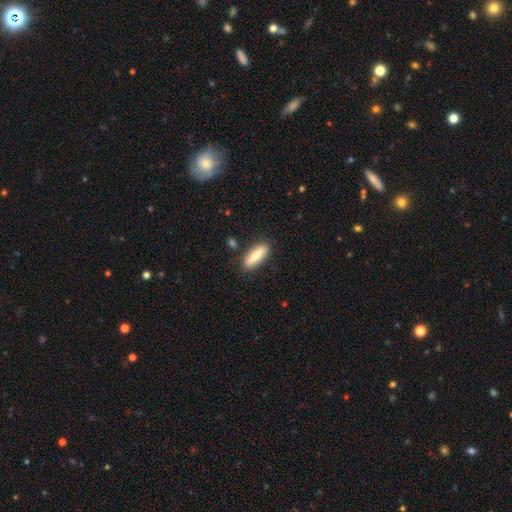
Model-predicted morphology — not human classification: A smooth galaxy with no disk features (75%) that is cigar-shaped (56%).

Vote fractions:
- Smooth or featured? smooth: 75% / featured or disk: 18% / star or artifact: 6%
- How rounded? cigar-shaped: 56% / in between: 42% / round: 2%
- Merging? none: 85% / minor disturbance: 10% / major disturbance: 3% / merger: 2%